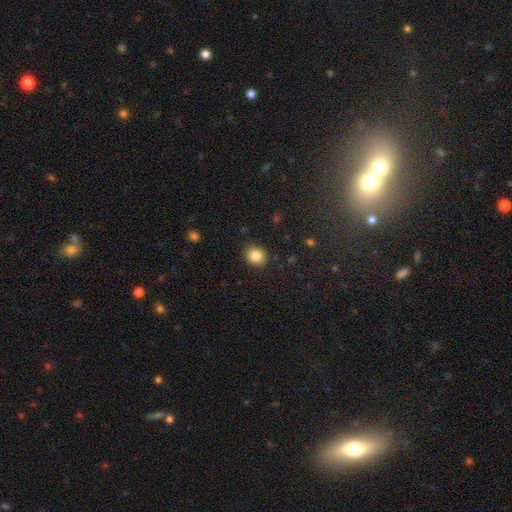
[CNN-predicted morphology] smooth-or-featured: smooth: 85% | star or artifact: 10% | featured or disk: 5%
  how-rounded: round: 70% | in between: 29% | cigar-shaped: 1%
  merging: none: 89% | minor disturbance: 8% | major disturbance: 2% | merger: 1%